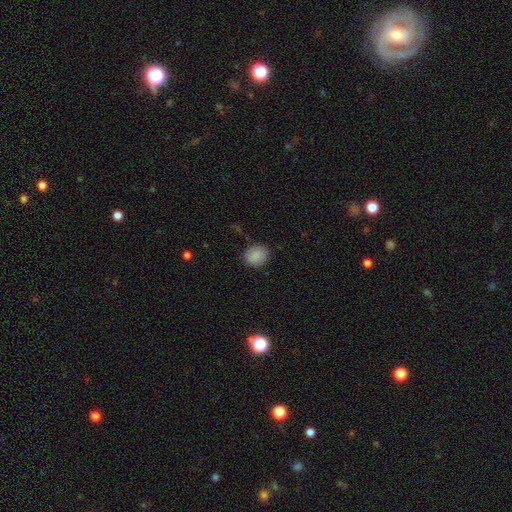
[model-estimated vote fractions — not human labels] A smooth galaxy with no disk features (88%) that is round (60%).

Vote fractions:
- Smooth or featured? smooth: 88% / star or artifact: 8% / featured or disk: 4%
- How rounded? round: 60% / in between: 39% / cigar-shaped: 1%
- Merging? none: 86% / minor disturbance: 10% / major disturbance: 3% / merger: 1%